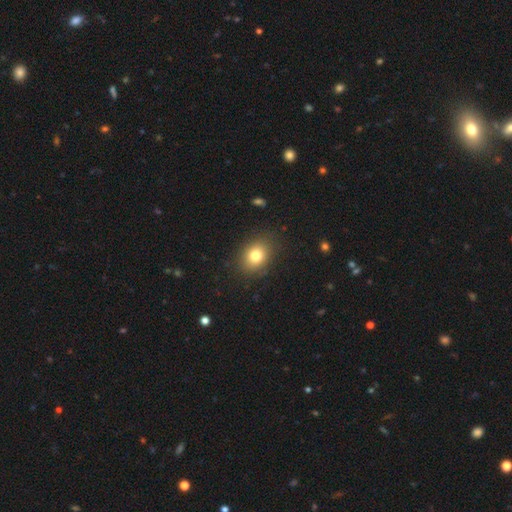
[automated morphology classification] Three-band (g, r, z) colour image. It shows a smooth galaxy with no disk features (78%) that is in between round and cigar-shaped (53%). Merging: none (84%).